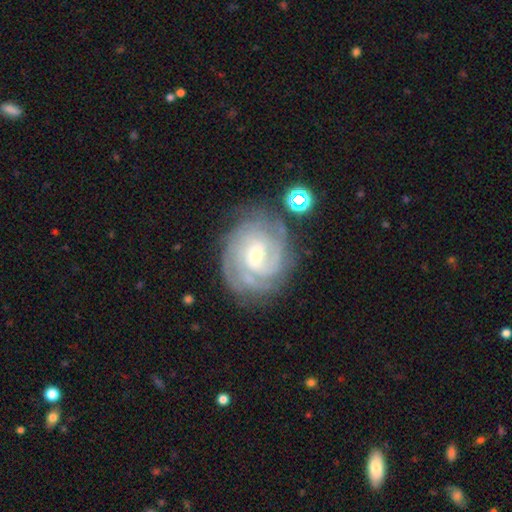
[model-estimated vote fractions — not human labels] smooth_or_featured: featured or disk (p=0.85) [alt: smooth p=0.08]
disk_edge_on: no (p=0.97) [alt: yes p=0.03]
bar: weak (p=0.52) [alt: no p=0.35]
has_spiral_arms: yes (p=0.96) [alt: no p=0.04]
spiral_winding: tight (p=0.70) [alt: medium p=0.25]
spiral_arm_count: can't tell (p=0.31) [alt: 3 p=0.23]
bulge_size: small (p=0.58) [alt: moderate p=0.37]
merging: none (p=0.73) [alt: minor disturbance p=0.17]